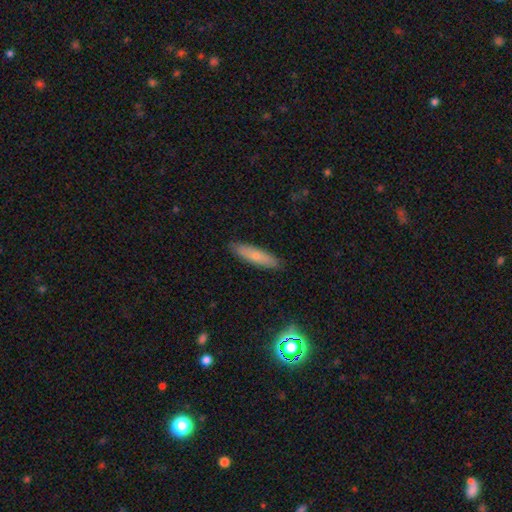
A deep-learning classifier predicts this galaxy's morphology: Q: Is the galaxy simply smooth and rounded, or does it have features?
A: smooth — 71%.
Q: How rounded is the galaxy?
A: cigar-shaped — 78%.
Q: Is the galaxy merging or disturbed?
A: none — 89%.